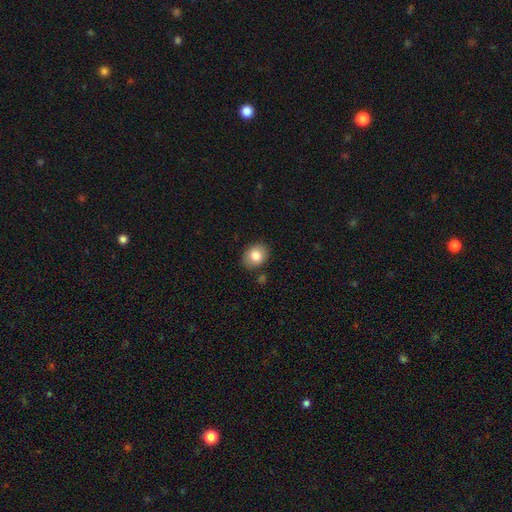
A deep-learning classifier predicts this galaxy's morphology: A smooth galaxy with no disk features (82%) that is in between round and cigar-shaped (57%).

Vote fractions:
- Smooth or featured? smooth: 82% / featured or disk: 10% / star or artifact: 8%
- How rounded? in between: 57% / round: 42% / cigar-shaped: 1%
- Merging? none: 83% / minor disturbance: 11% / merger: 3% / major disturbance: 3%